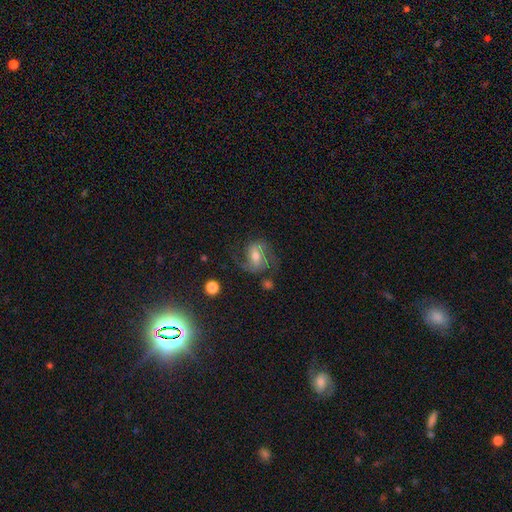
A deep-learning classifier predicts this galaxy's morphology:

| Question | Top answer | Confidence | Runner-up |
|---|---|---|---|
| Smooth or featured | featured or disk | 71% | smooth (20%) |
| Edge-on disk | no | 97% | yes (3%) |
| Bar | weak | 48% | no (27%) |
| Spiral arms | yes | 92% | no (8%) |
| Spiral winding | medium | 50% | loose (32%) |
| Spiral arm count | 2 | 82% | can't tell (7%) |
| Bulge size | moderate | 63% | small (24%) |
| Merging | none | 62% | minor disturbance (19%) |